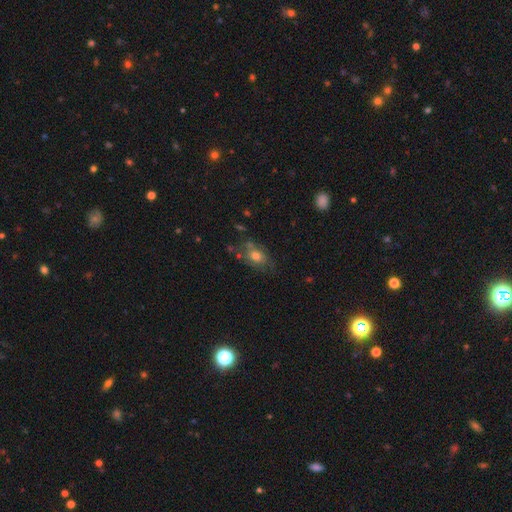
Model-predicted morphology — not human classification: Smooth or featured?
  - smooth: 54% *
  - featured or disk: 34%
  - star or artifact: 12%
How rounded?
  - in between: 70% *
  - round: 28%
  - cigar-shaped: 2%
Merging?
  - none: 55% *
  - minor disturbance: 25%
  - major disturbance: 13%
  - merger: 7%